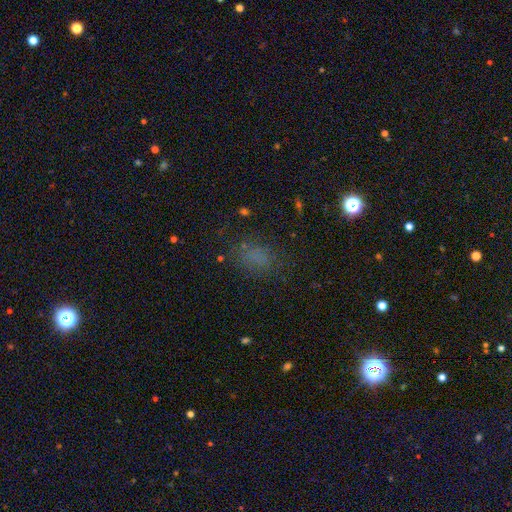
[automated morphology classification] The model was most divided on "smooth or featured": smooth: 66%, star or artifact: 25%, featured or disk: 10%. More confident: how rounded — in between (73%); merging — none (72%).